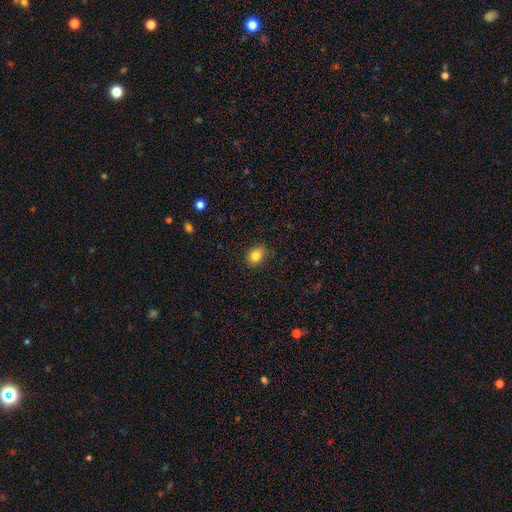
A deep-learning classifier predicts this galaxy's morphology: A smooth galaxy with no disk features (84%) that is in between round and cigar-shaped (62%). Merging: none (87%).